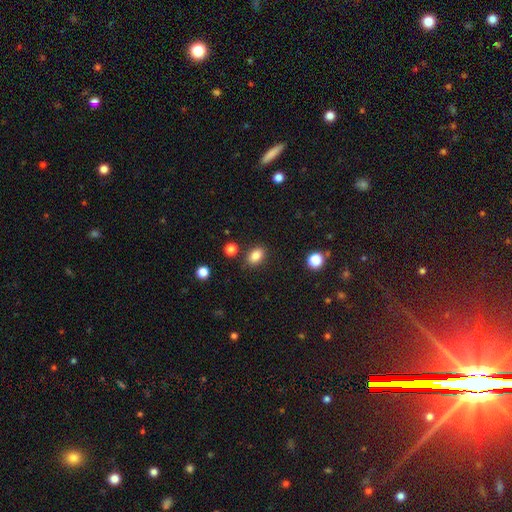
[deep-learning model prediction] Overall: smooth (84%). How rounded: in between (79%). Merging: none (85%).